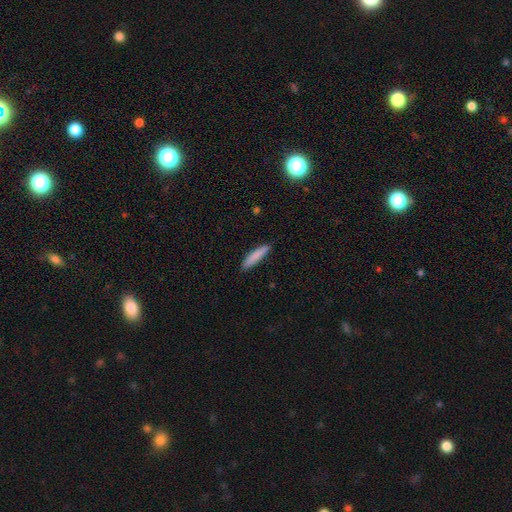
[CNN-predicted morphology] Overall: smooth (84%). How rounded: cigar-shaped (86%). Merging: none (87%).